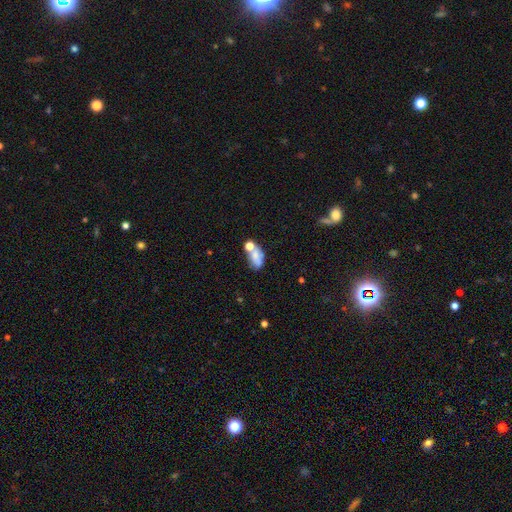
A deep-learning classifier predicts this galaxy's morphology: Smooth or featured?
  - smooth: 61% *
  - featured or disk: 28%
  - star or artifact: 12%
How rounded?
  - in between: 84% *
  - round: 12%
  - cigar-shaped: 4%
Merging?
  - none: 36% *
  - merger: 35%
  - minor disturbance: 18%
  - major disturbance: 11%